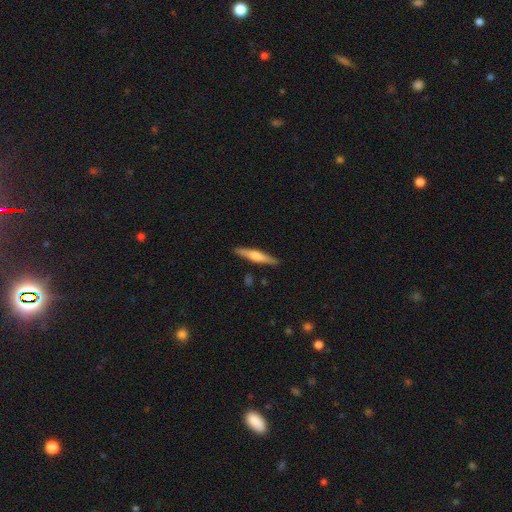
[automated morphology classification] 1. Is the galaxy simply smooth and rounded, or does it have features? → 55% featured or disk, 40% smooth, 6% star or artifact.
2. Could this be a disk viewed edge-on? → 97% yes, 3% no.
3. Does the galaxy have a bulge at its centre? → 76% rounded, 15% boxy, 9% none.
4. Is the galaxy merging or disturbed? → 90% none, 7% minor disturbance, 2% major disturbance, 1% merger.